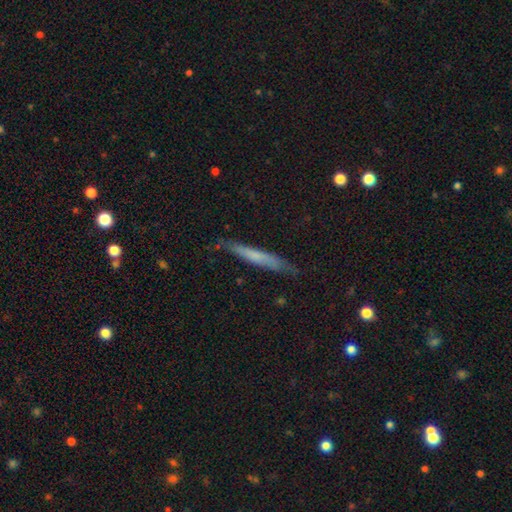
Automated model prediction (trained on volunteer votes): smooth_or_featured: smooth (p=0.57) [alt: featured or disk p=0.37]
how_rounded: cigar-shaped (p=0.95) [alt: in between p=0.04]
merging: none (p=0.78) [alt: minor disturbance p=0.17]